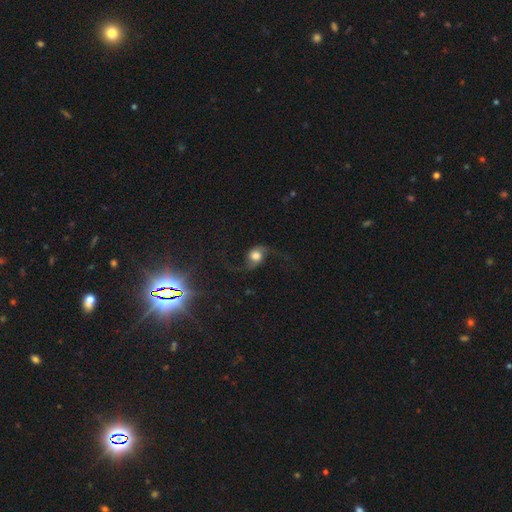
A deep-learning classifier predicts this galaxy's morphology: smooth-or-featured: featured or disk: 61% | smooth: 28% | star or artifact: 10%
  disk-edge-on: no: 94% | yes: 6%
    bar: no: 69% | weak: 24% | strong: 7%
    has-spiral-arms: yes: 91% | no: 9%
      spiral-winding: loose: 87% | medium: 10% | tight: 2%
      spiral-arm-count: 2: 91% | 1: 4% | can't tell: 2% | 3: 1% | 4: 1% | more than 4: 1%
    bulge-size: large: 43% | moderate: 31% | dominant: 17% | small: 6% | none: 3%
  merging: none: 60% | major disturbance: 20% | minor disturbance: 17% | merger: 3%